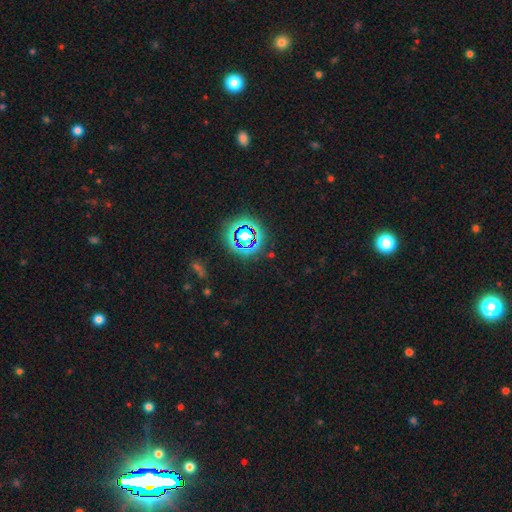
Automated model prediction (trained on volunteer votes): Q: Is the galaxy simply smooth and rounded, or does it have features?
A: star or artifact — 75%.